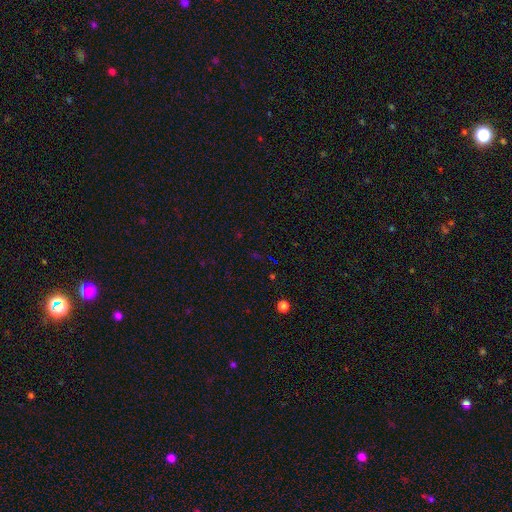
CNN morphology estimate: Q: Smooth or featured?
A: star or artifact (69%); runner-up: smooth (21%)